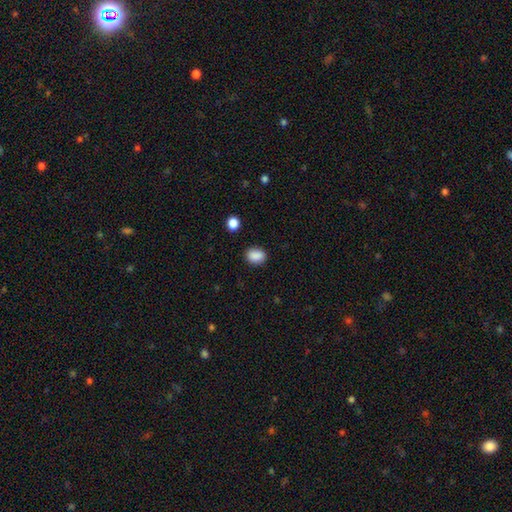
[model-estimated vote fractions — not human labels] Overall: smooth (88%). How rounded: in between (66%; round 32%). Merging: none (83%).